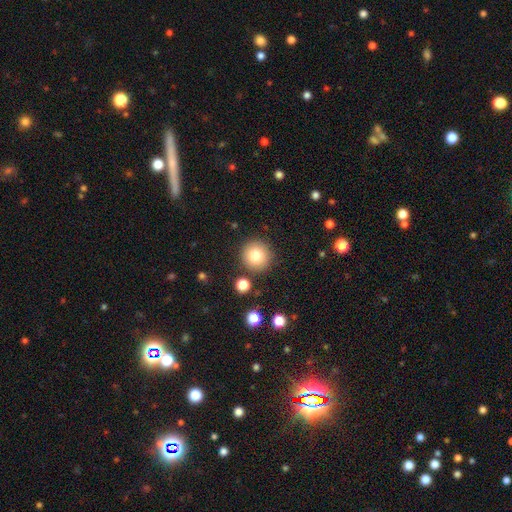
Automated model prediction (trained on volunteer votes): Smooth or featured: smooth — 81% (star or artifact — 10%)
How rounded: round — 95% (in between — 4%)
Merging: none — 88% (minor disturbance — 7%)